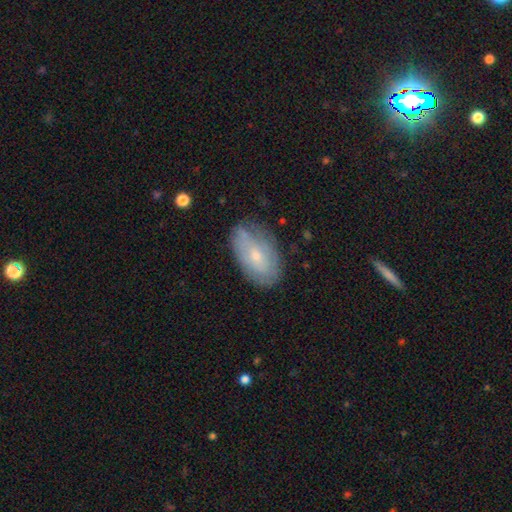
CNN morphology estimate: smooth-or-featured: featured or disk: 48% | smooth: 45% | star or artifact: 8%
  merging: none: 72% | minor disturbance: 21% | major disturbance: 5% | merger: 1%